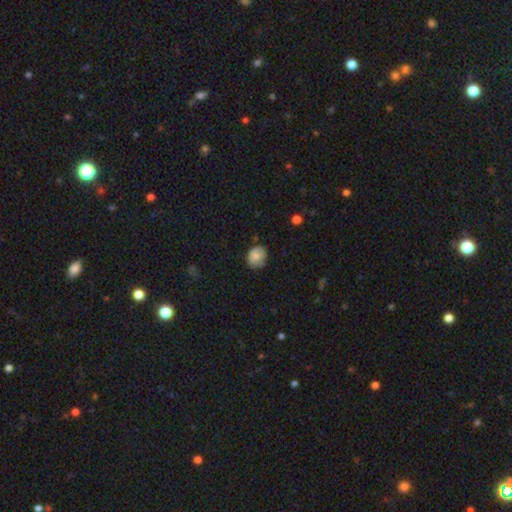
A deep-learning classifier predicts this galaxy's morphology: smooth_or_featured: smooth (p=0.80) [alt: featured or disk p=0.11]
how_rounded: round (p=0.54) [alt: in between p=0.45]
merging: none (p=0.70) [alt: minor disturbance p=0.24]